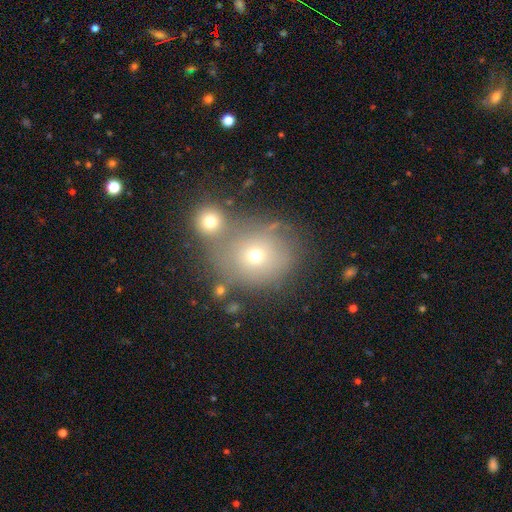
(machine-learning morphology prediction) Q: Smooth or featured?
A: smooth (66%); runner-up: star or artifact (17%)
Q: How rounded?
A: round (80%); runner-up: in between (19%)
Q: Merging?
A: none (47%); runner-up: merger (37%)